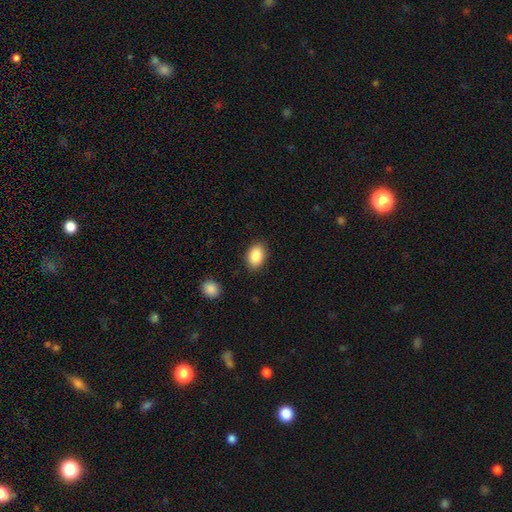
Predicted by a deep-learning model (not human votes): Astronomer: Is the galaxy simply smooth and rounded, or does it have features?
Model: smooth — 88%.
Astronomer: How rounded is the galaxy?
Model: in between — 85%.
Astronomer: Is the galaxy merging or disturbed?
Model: none — 86%.